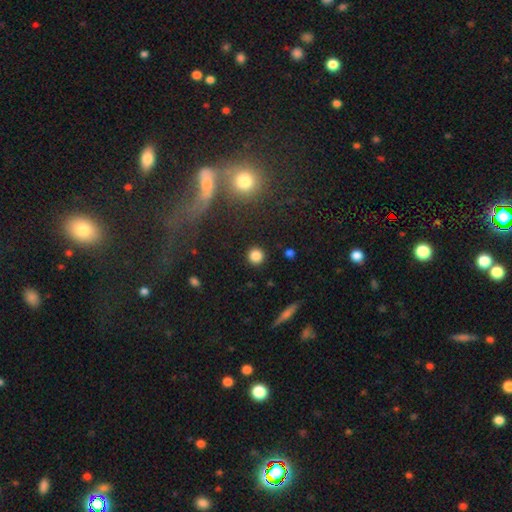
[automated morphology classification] A smooth galaxy with no disk features (83%) that is round (93%).

Vote fractions:
- Smooth or featured? smooth: 83% / star or artifact: 12% / featured or disk: 5%
- How rounded? round: 93% / in between: 6% / cigar-shaped: 1%
- Merging? none: 91% / minor disturbance: 6% / major disturbance: 2% / merger: 2%